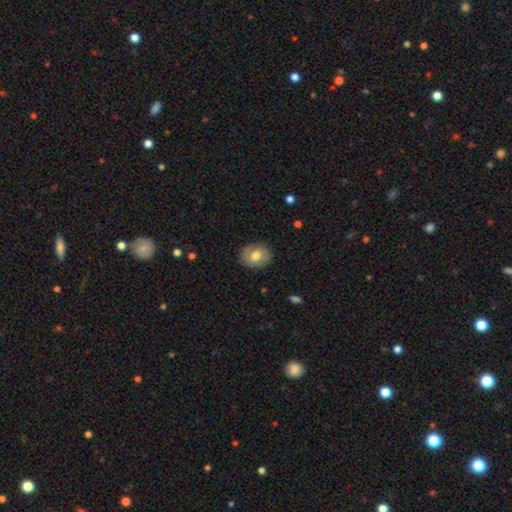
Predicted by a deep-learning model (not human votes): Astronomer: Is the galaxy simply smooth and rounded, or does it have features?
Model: smooth — 64%.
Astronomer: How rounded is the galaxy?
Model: round — 52% (runner-up: in between, 47%).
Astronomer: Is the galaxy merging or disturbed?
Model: none — 85%.